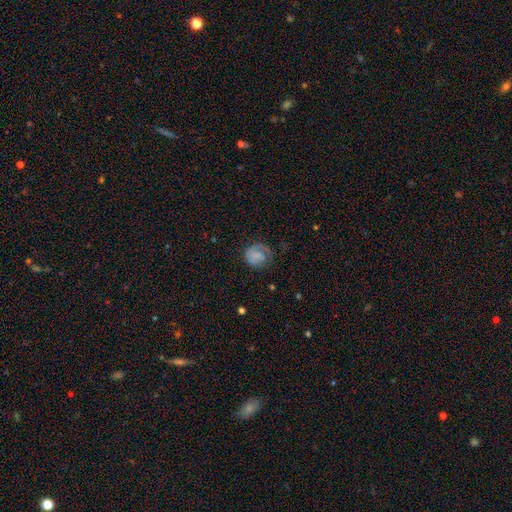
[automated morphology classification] This appears to be a smooth galaxy with no disk features (56%) that is round (74%). Merging: none (55%).